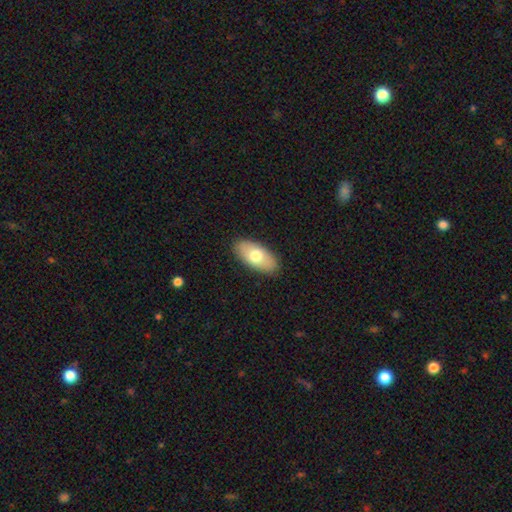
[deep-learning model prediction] This appears to be a smooth galaxy with no disk features (71%) that is in between round and cigar-shaped (92%). Merging: none (88%).